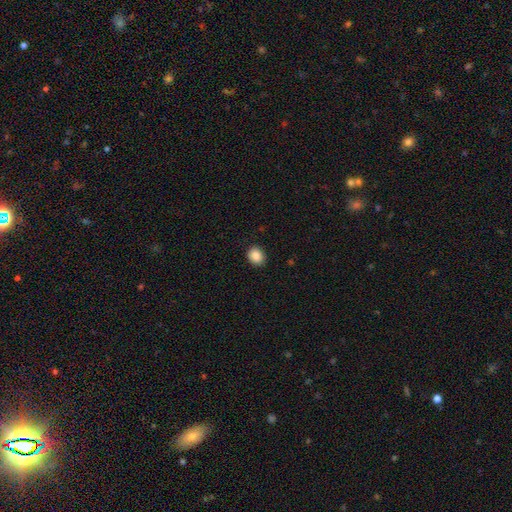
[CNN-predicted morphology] type=smooth (87%); roundness=round (60%); merging=none (88%).